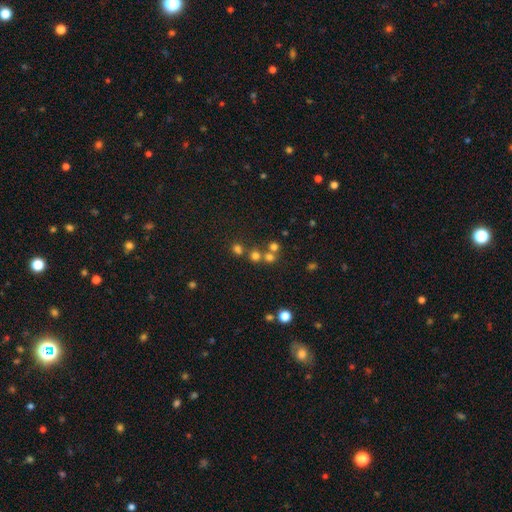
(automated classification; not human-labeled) A smooth galaxy with no disk features (62%) that is round (88%). Merging: none (60%).